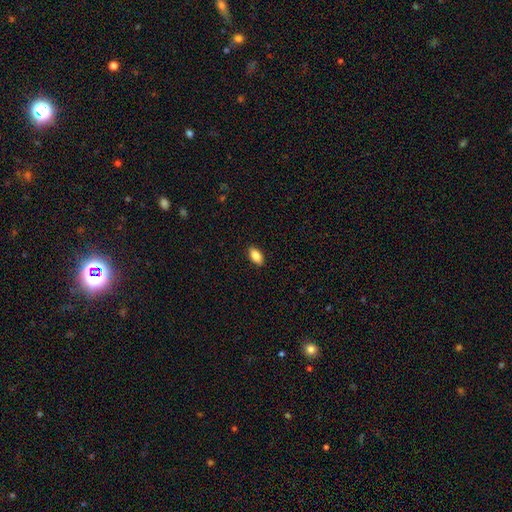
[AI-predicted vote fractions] smooth-or-featured: smooth: 86% | star or artifact: 7% | featured or disk: 6%
  how-rounded: in between: 91% | cigar-shaped: 5% | round: 4%
  merging: none: 90% | minor disturbance: 8% | major disturbance: 2% | merger: 1%